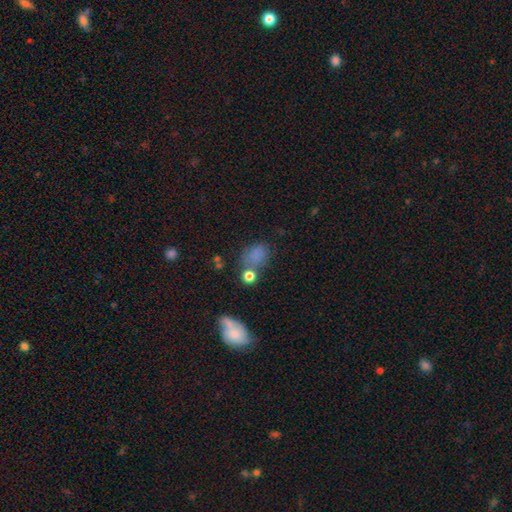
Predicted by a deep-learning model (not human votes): smooth_or_featured: smooth (p=0.72) [alt: star or artifact p=0.17]
how_rounded: in between (p=0.62) [alt: round p=0.37]
merging: none (p=0.51) [alt: minor disturbance p=0.21]